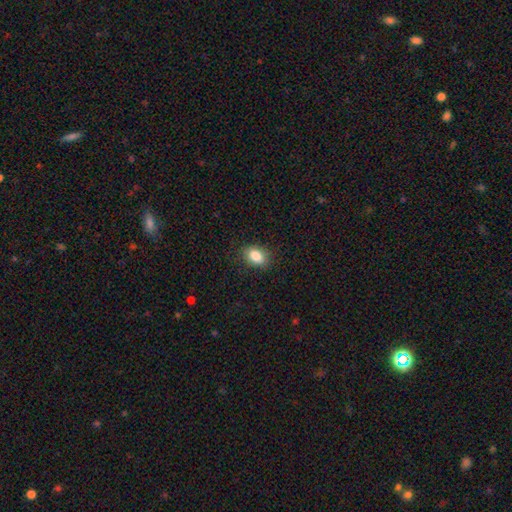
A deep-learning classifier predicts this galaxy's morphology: A smooth galaxy with no disk features (84%) that is in between round and cigar-shaped (79%).

Vote fractions:
- Smooth or featured? smooth: 84% / star or artifact: 9% / featured or disk: 7%
- How rounded? in between: 79% / round: 20% / cigar-shaped: 2%
- Merging? none: 85% / minor disturbance: 11% / major disturbance: 3% / merger: 1%